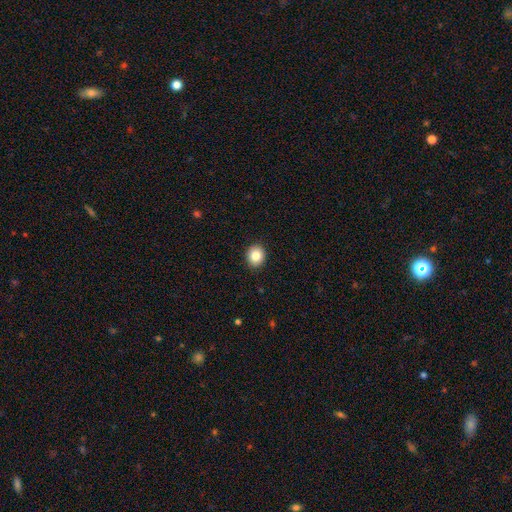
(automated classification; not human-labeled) Smooth or featured? Predicted: smooth (p=0.84). How rounded? Predicted: round (p=0.77). Merging? Predicted: none (p=0.92).